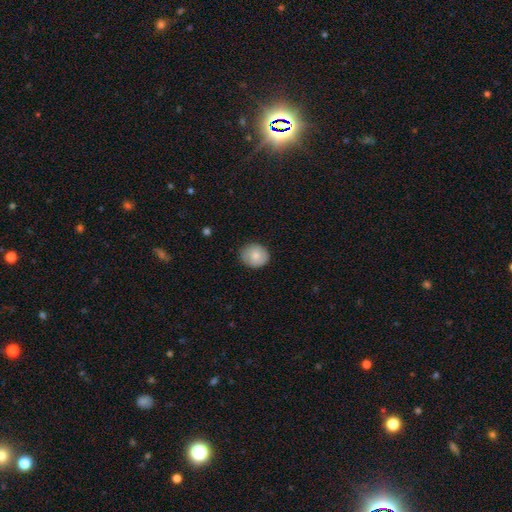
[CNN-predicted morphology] Smooth or featured?
  - smooth: 79% *
  - featured or disk: 14%
  - star or artifact: 7%
How rounded?
  - round: 76% *
  - in between: 23%
  - cigar-shaped: 1%
Merging?
  - none: 84% *
  - minor disturbance: 12%
  - major disturbance: 2%
  - merger: 1%